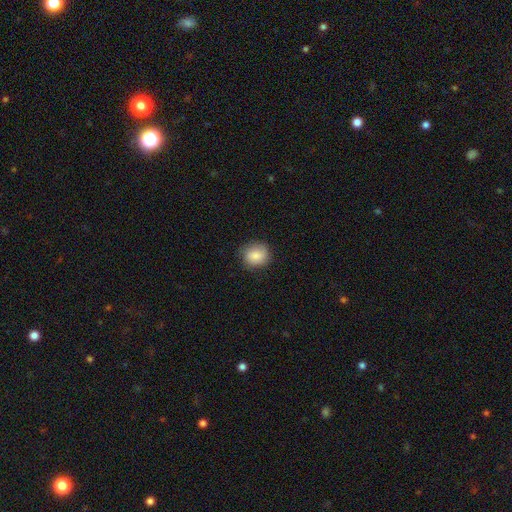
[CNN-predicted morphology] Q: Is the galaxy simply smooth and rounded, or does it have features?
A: smooth — 85%.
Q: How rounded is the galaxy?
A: round — 77%.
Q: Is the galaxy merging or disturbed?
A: none — 79%.